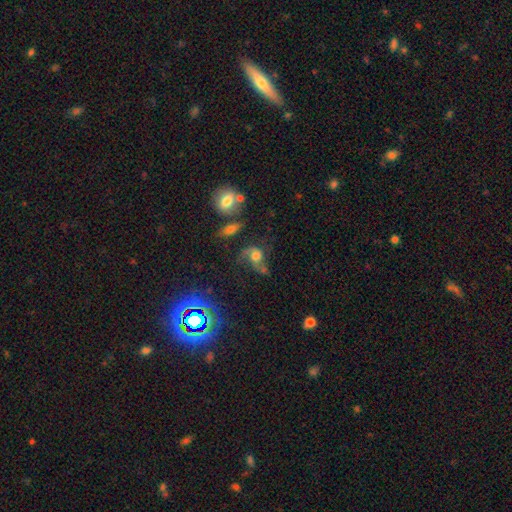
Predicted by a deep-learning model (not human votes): smooth_or_featured: featured or disk (p=0.57) [alt: smooth p=0.28]
disk_edge_on: no (p=0.95) [alt: yes p=0.05]
bar: no (p=0.71) [alt: weak p=0.24]
has_spiral_arms: yes (p=0.81) [alt: no p=0.19]
bulge_size: moderate (p=0.44) [alt: large p=0.31]
merging: none (p=0.35) [alt: major disturbance p=0.32]